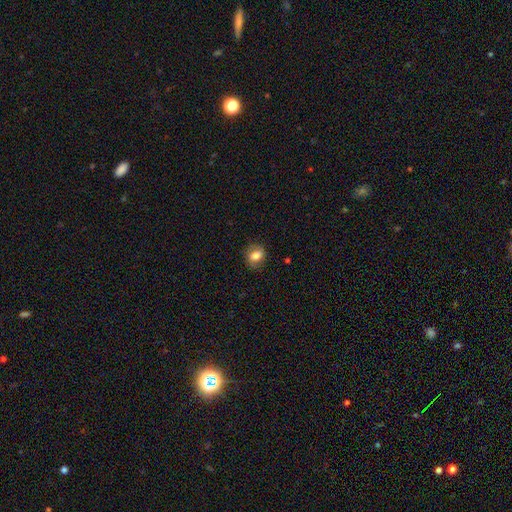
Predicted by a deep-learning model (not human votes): The model was most divided on "how rounded" (2-way tie): in between: 49%, round: 49%, cigar-shaped: 1%. More confident: merging — none (80%); smooth or featured — smooth (76%).